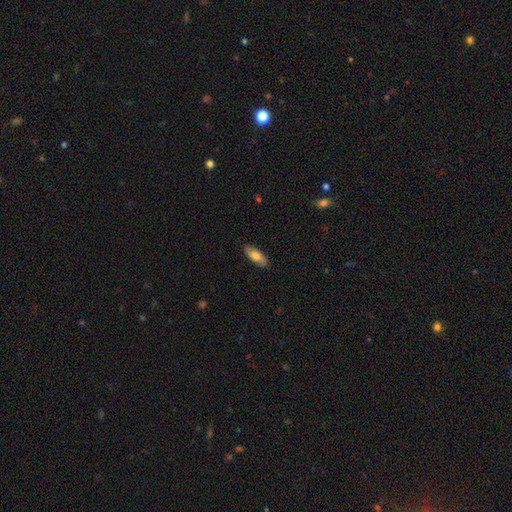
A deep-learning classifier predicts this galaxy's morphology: type=smooth (75%); roundness=in between (73%); merging=none (87%).